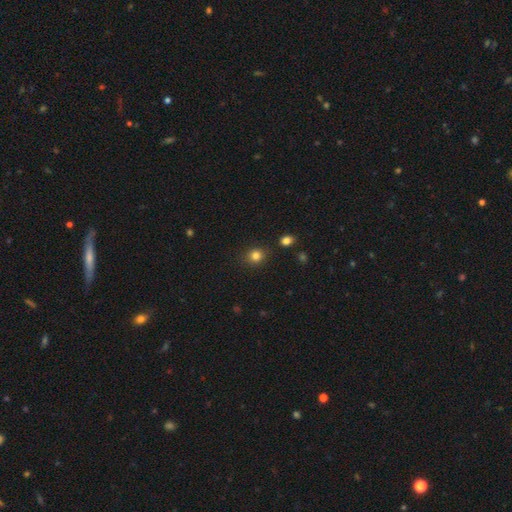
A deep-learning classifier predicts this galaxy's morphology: This is clearly a smooth galaxy (82%). How rounded: likely round (75%). Merging: clearly none (86%).